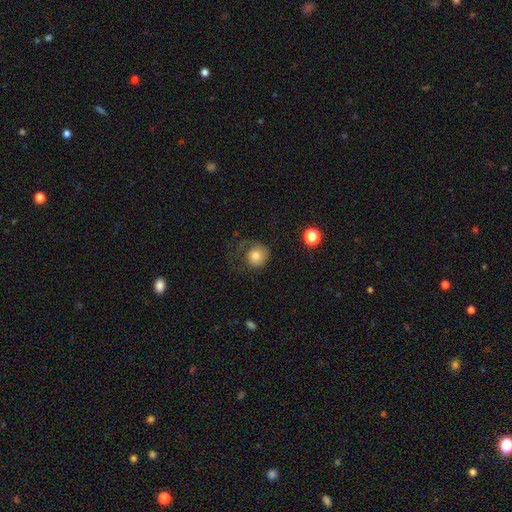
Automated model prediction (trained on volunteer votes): This is likely a smooth galaxy (74%). How rounded: clearly round (86%). Merging: marginally none (43%).